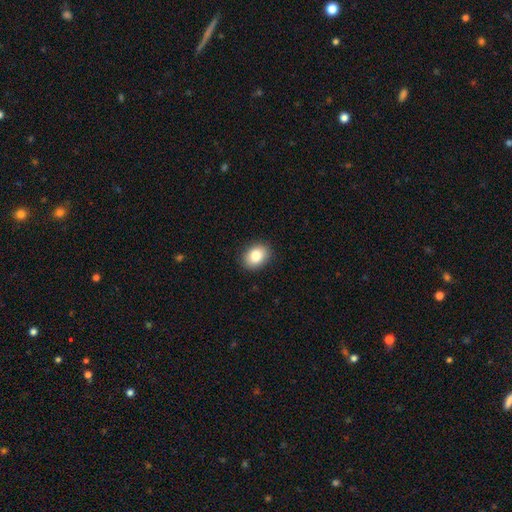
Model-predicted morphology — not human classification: A smooth galaxy with no disk features (84%) that is in between round and cigar-shaped (67%).

Vote fractions:
- Smooth or featured? smooth: 84% / star or artifact: 8% / featured or disk: 7%
- How rounded? in between: 67% / round: 32% / cigar-shaped: 1%
- Merging? none: 89% / minor disturbance: 8% / major disturbance: 2% / merger: 1%